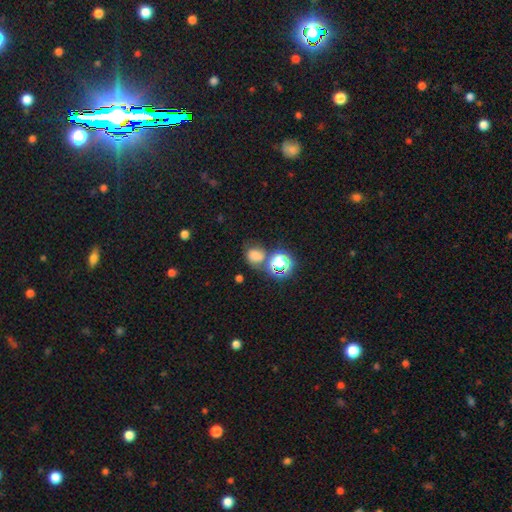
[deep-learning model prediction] Smooth or featured?
  - smooth: 65% *
  - star or artifact: 26%
  - featured or disk: 10%
How rounded?
  - round: 62% *
  - in between: 37%
  - cigar-shaped: 1%
Merging?
  - none: 55% *
  - merger: 19%
  - minor disturbance: 17%
  - major disturbance: 9%